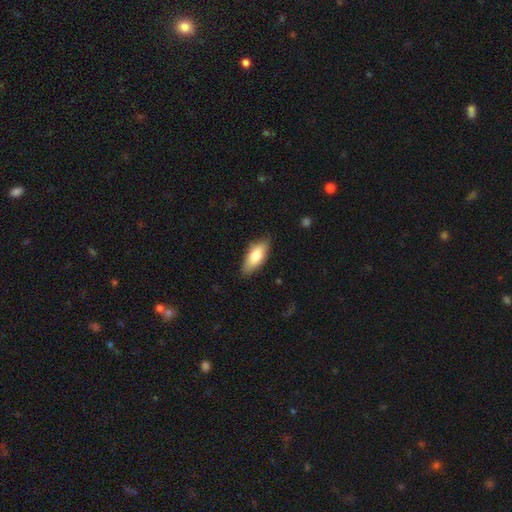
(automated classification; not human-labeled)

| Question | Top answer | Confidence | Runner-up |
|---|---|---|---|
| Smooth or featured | smooth | 78% | featured or disk (17%) |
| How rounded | in between | 79% | cigar-shaped (19%) |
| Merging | none | 82% | minor disturbance (14%) |